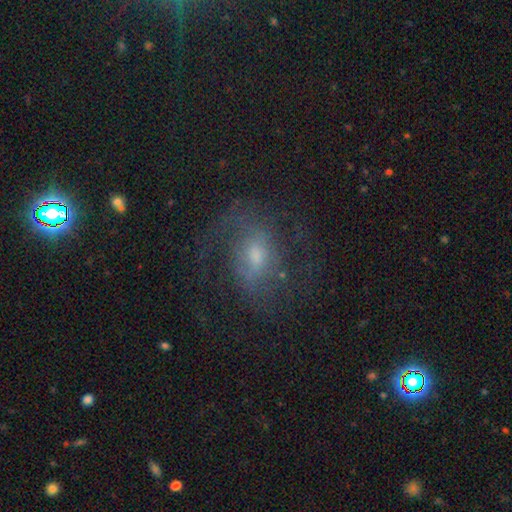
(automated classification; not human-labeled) A featured or disk galaxy (67%) with a weak bar (47%), 2 (61%) medium (45%) spiral arms (80%) and a moderate central bulge (52%). Merging: none (57%).